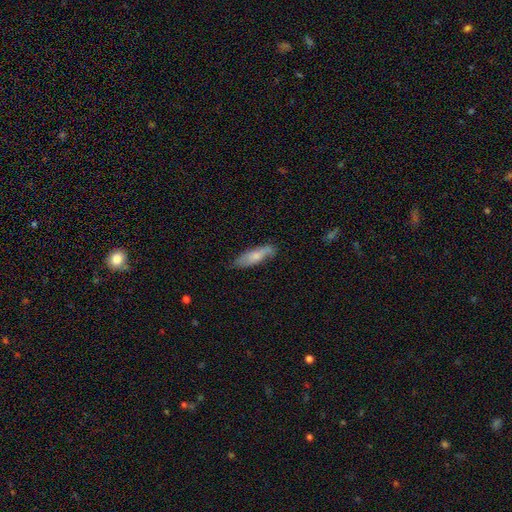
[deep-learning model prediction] smooth_or_featured: smooth (p=0.65) [alt: featured or disk p=0.30]
how_rounded: cigar-shaped (p=0.57) [alt: in between p=0.41]
merging: none (p=0.70) [alt: minor disturbance p=0.24]